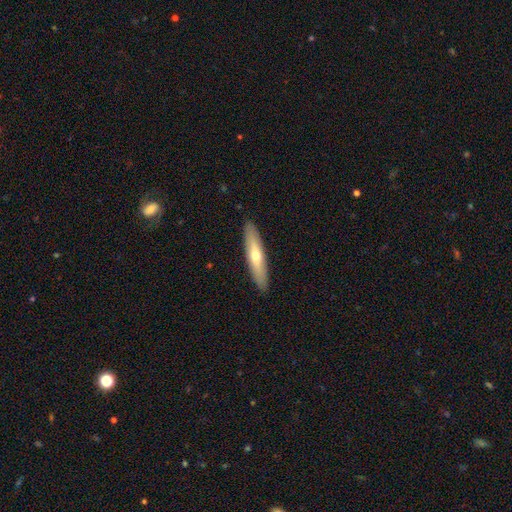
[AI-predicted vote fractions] This appears to be a smooth galaxy with no disk features (51%) that is cigar-shaped (82%). Merging: none (90%).